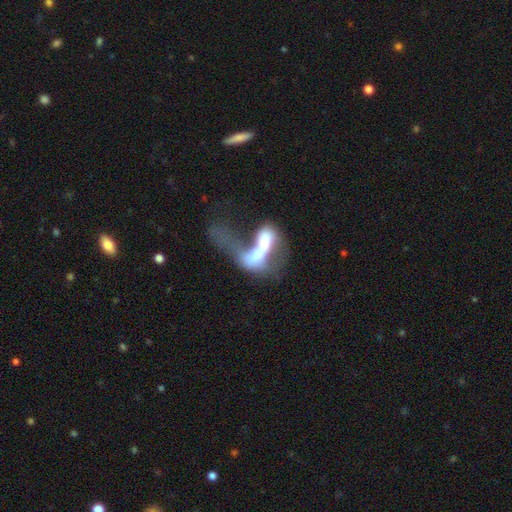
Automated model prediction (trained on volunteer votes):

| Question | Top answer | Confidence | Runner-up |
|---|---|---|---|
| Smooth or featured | smooth | 49% | featured or disk (42%) |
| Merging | merger | 64% | major disturbance (26%) |